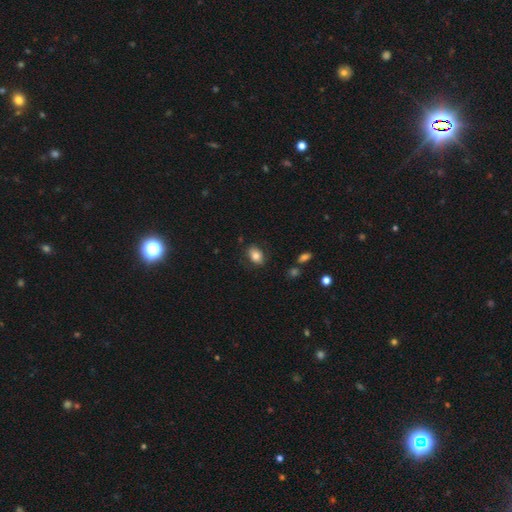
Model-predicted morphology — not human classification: smooth-or-featured: smooth: 80% | featured or disk: 12% | star or artifact: 8%
  how-rounded: in between: 84% | round: 14% | cigar-shaped: 1%
  merging: none: 81% | minor disturbance: 14% | major disturbance: 4% | merger: 2%